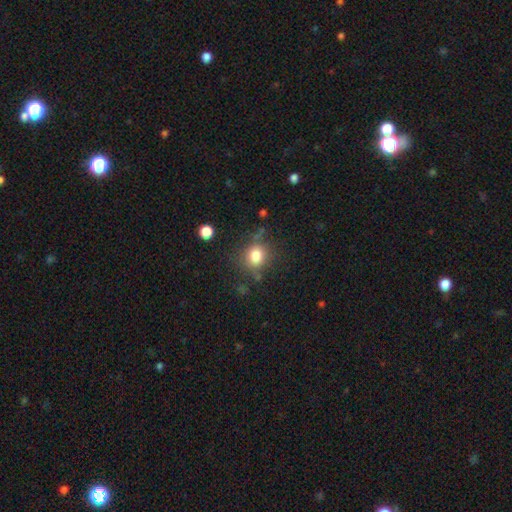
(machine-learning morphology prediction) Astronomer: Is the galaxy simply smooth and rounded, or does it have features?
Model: smooth — 81%.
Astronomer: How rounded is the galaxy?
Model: round — 79%.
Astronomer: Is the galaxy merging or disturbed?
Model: none — 74%.